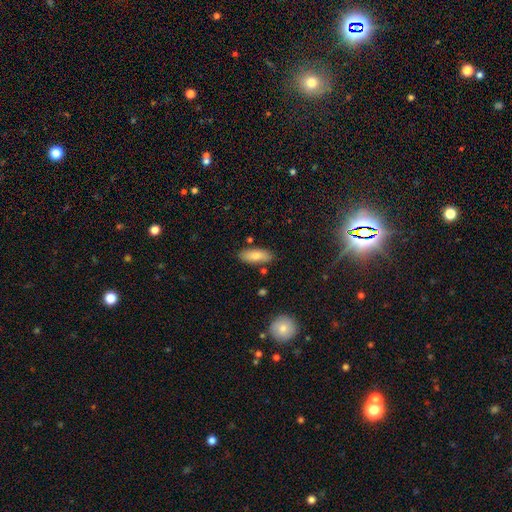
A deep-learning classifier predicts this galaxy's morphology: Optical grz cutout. It shows a smooth galaxy with no disk features (83%) that is in between round and cigar-shaped (76%). Merging: none (81%).